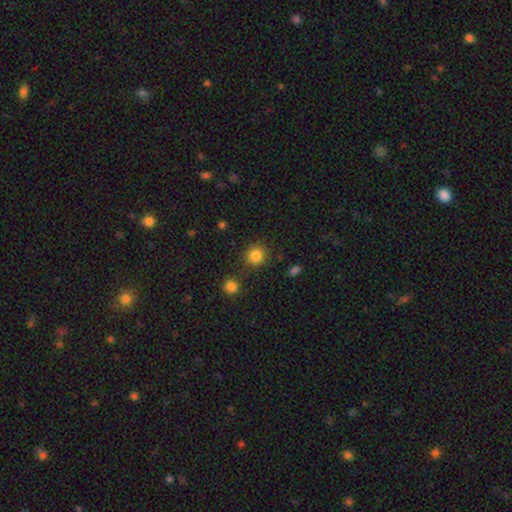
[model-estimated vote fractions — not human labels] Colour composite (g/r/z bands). It shows a smooth galaxy with no disk features (84%) that is round (88%). Merging: none (83%).